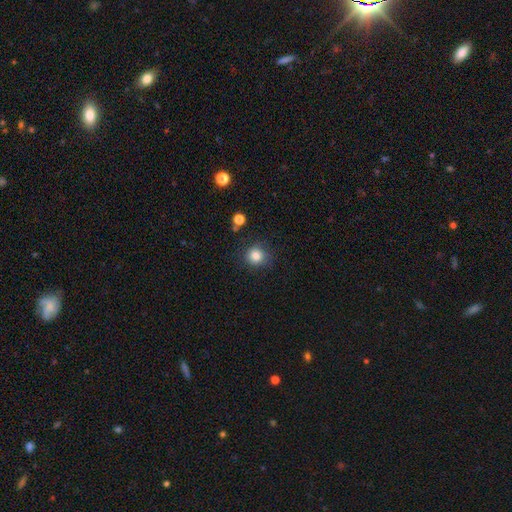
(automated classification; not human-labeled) This is clearly a smooth galaxy (83%). How rounded: clearly round (89%). Merging: clearly none (82%).